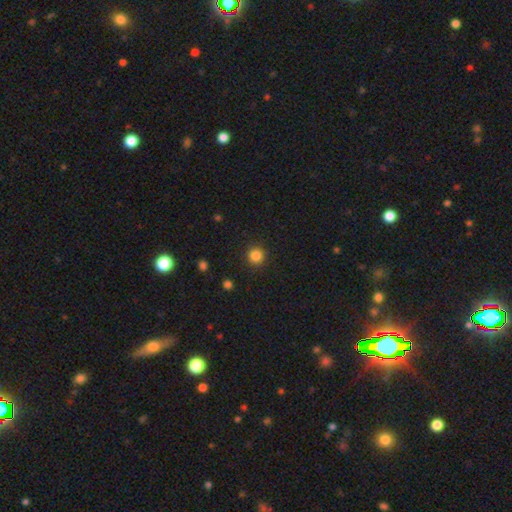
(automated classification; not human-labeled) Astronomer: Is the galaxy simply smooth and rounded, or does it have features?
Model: smooth — 84%.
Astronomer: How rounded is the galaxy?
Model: round — 94%.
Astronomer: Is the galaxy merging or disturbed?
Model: none — 91%.